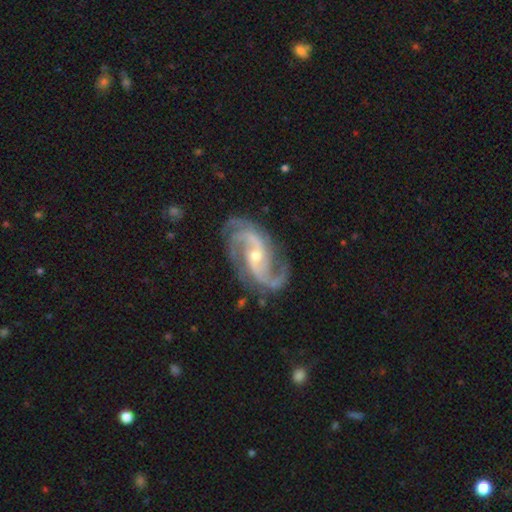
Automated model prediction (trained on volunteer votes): A featured or disk galaxy (93%) with no bar (41%), 2 (59%) medium (56%) spiral arms (99%) and a small central bulge (59%). Merging: none (76%).